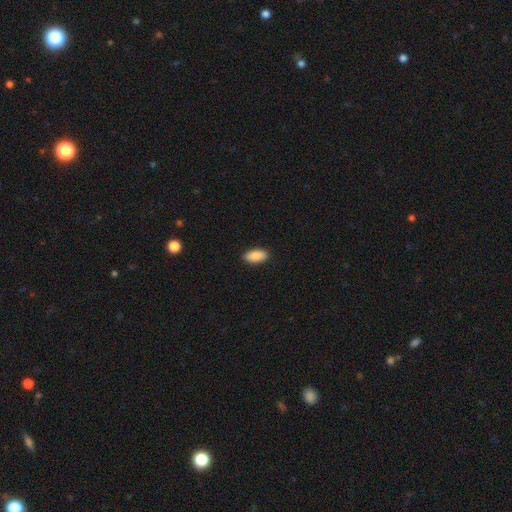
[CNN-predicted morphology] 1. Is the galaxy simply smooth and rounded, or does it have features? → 90% smooth, 6% star or artifact, 4% featured or disk.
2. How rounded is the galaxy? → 92% in between, 6% cigar-shaped, 2% round.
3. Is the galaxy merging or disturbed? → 90% none, 7% minor disturbance, 2% major disturbance, 1% merger.